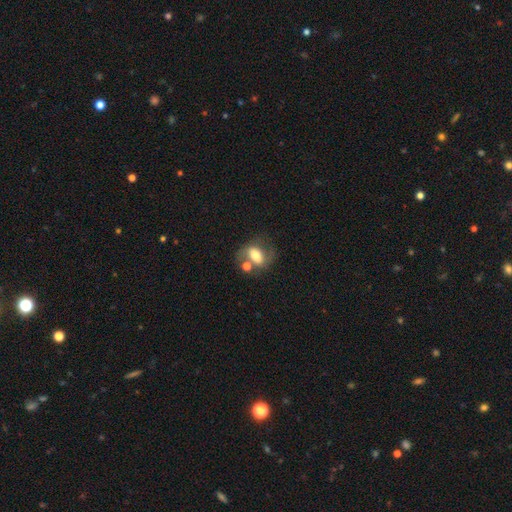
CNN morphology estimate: smooth 51%, featured or disk 41%, star or artifact 9%. Down the decision tree: how rounded — in between (73%); merging — none (44%).